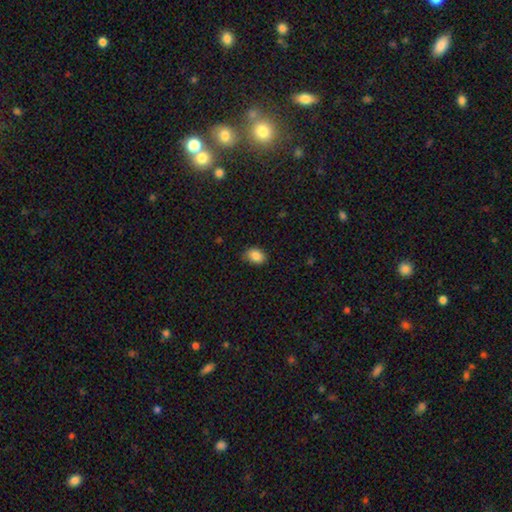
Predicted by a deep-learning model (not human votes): smooth_or_featured: smooth (p=0.86) [alt: star or artifact p=0.09]
how_rounded: in between (p=0.70) [alt: round p=0.29]
merging: none (p=0.78) [alt: minor disturbance p=0.18]